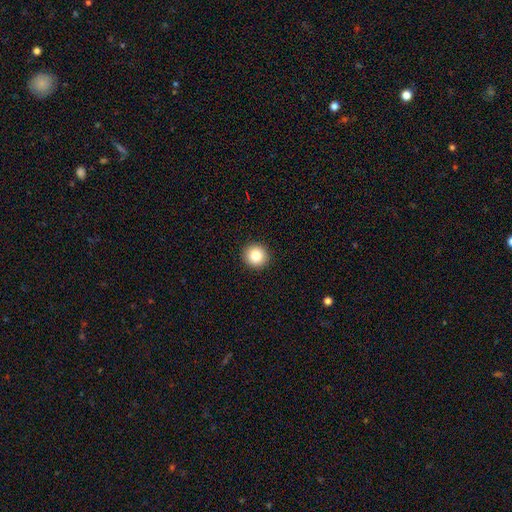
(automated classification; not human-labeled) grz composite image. It shows a smooth galaxy with no disk features (84%) that is round (93%). Merging: none (93%).